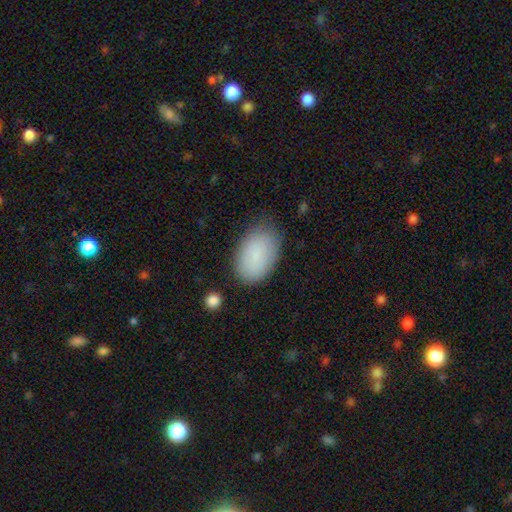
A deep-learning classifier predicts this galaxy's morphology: Smooth or featured? smooth (86%)
How rounded? in between (93%)
Merging? none (78%)